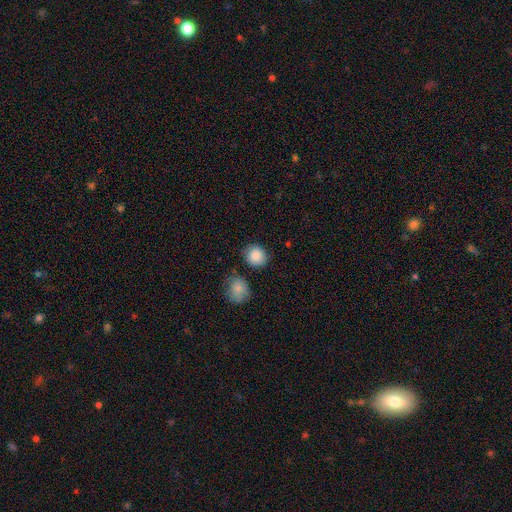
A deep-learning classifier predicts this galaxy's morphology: smooth_or_featured: smooth (p=0.88) [alt: star or artifact p=0.08]
how_rounded: round (p=0.82) [alt: in between p=0.17]
merging: none (p=0.80) [alt: minor disturbance p=0.11]